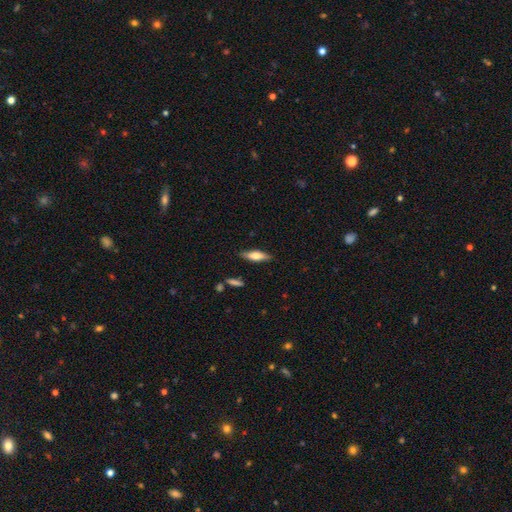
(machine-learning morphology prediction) type=smooth (61%); roundness=cigar-shaped (54%); merging=none (84%).